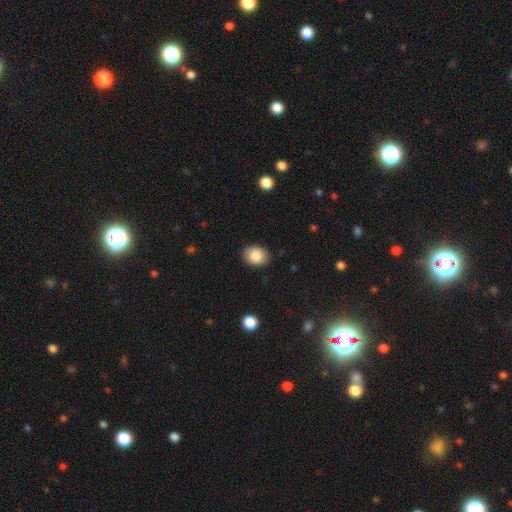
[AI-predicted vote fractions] Smooth or featured? Predicted: smooth (p=0.87). How rounded? Predicted: in between (p=0.52). Merging? Predicted: none (p=0.88).